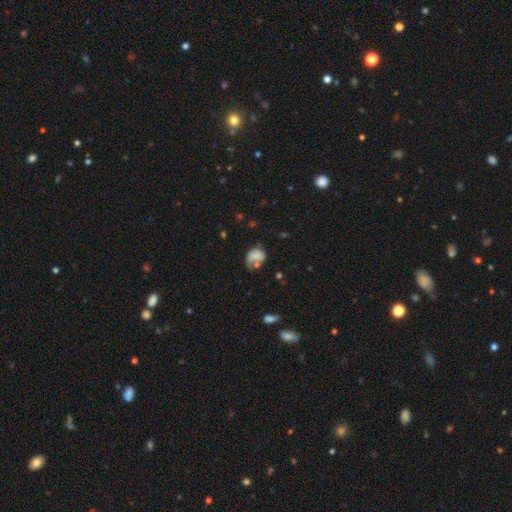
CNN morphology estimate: smooth_or_featured: smooth (p=0.66) [alt: featured or disk p=0.24]
how_rounded: in between (p=0.61) [alt: round p=0.38]
merging: none (p=0.31) [alt: minor disturbance p=0.28]